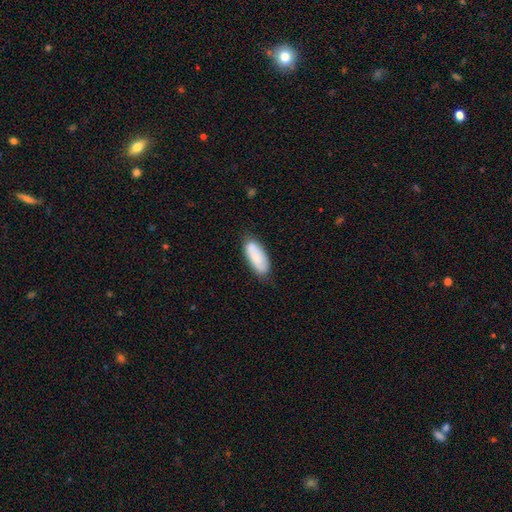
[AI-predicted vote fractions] Morphology: type=smooth (82%); roundness=in between (79%); merging=none (75%).